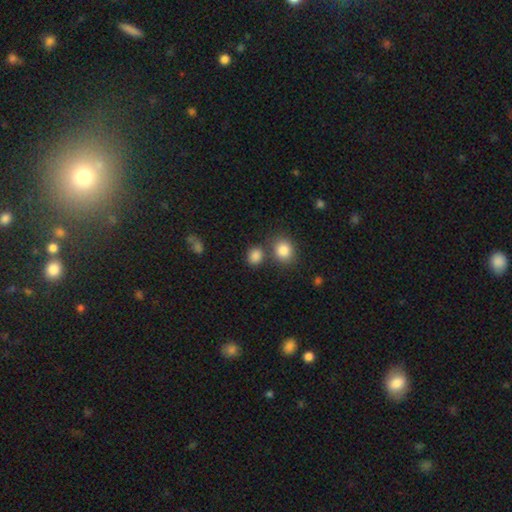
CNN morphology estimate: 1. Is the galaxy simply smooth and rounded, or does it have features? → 85% smooth, 10% star or artifact, 5% featured or disk.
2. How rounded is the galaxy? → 62% round, 37% in between, 1% cigar-shaped.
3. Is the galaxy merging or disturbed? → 65% none, 21% merger, 11% minor disturbance, 4% major disturbance.